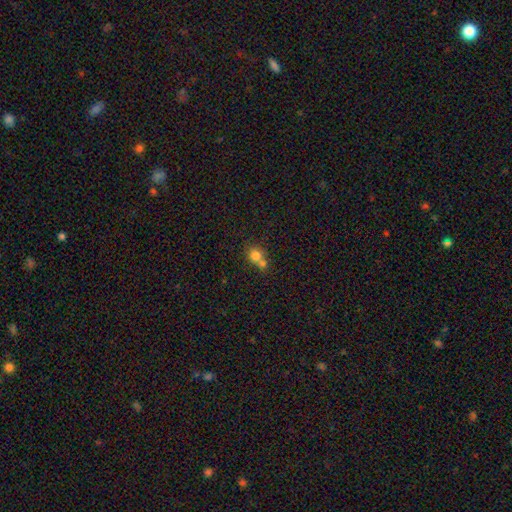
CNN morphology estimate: Overall: smooth (78%). How rounded: round (78%). Merging: merger (56%; none 35%).